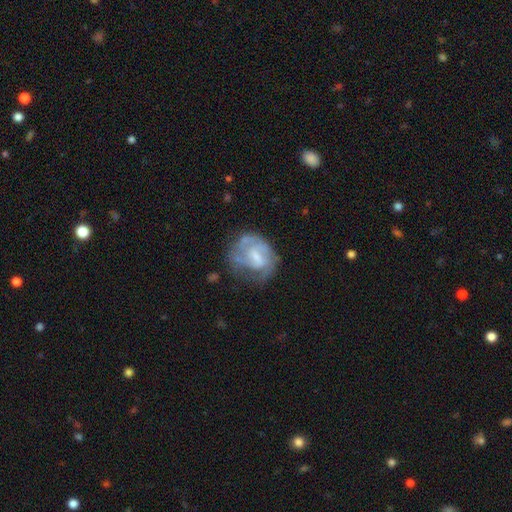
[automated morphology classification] The model was most divided on "bulge size": small: 38%, moderate: 34%, none: 22%, large: 4%, dominant: 1%. Remaining: edge-on disk — no (98%); smooth or featured — featured or disk (62%); spiral arms — yes (61%); bar — weak (51%); merging — none (43%).